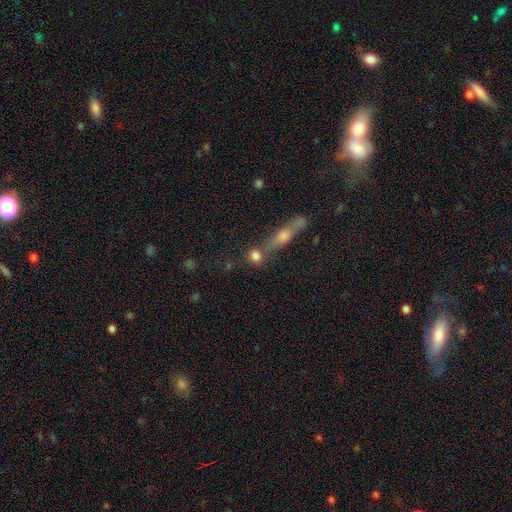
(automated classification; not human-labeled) A smooth galaxy with no disk features (78%) that is round (71%). Merging: none (56%).